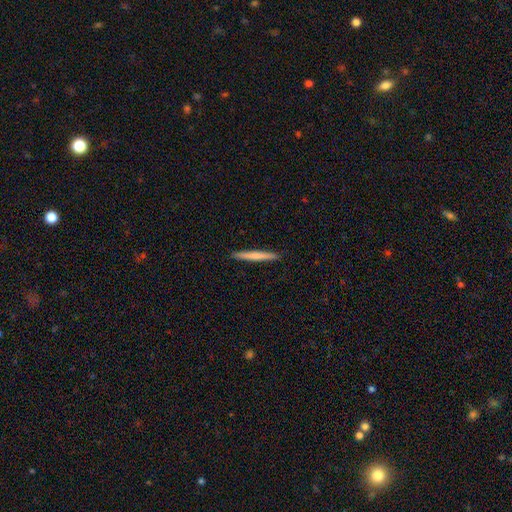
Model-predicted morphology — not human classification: type=smooth (63%); roundness=cigar-shaped (97%); merging=none (92%).